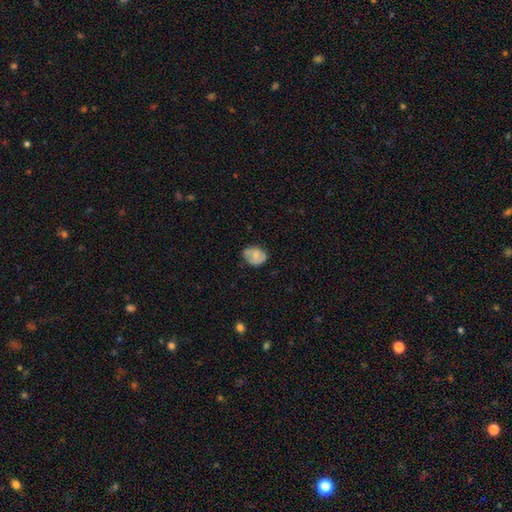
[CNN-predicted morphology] Smooth or featured? smooth (66%)
How rounded? in between (60%)
Merging? none (62%)